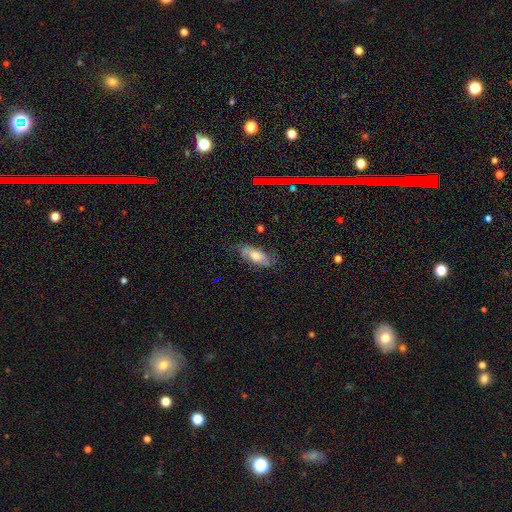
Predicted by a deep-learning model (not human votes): Smooth or featured: featured or disk — 46% (smooth — 45%)
Merging: none — 67% (minor disturbance — 24%)